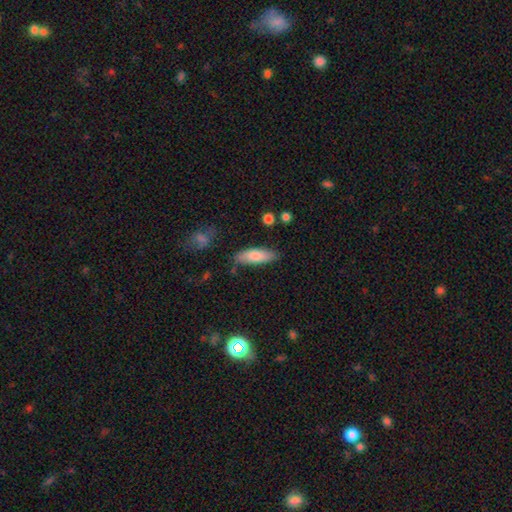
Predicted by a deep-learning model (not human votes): This is clearly a smooth galaxy (80%). How rounded: possibly in between (55%). Merging: likely none (78%).